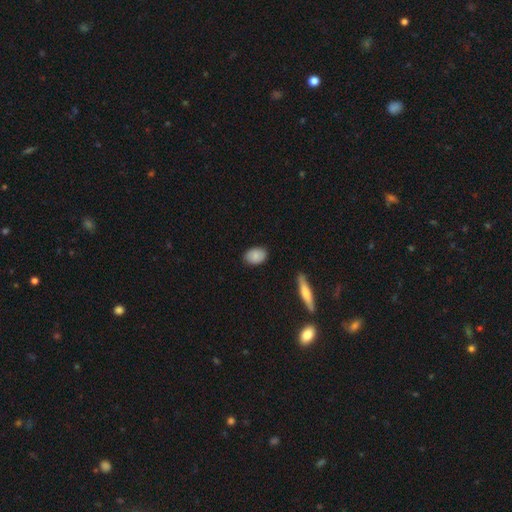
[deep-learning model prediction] Morphology: type=smooth (84%); roundness=in between (82%); merging=none (86%).